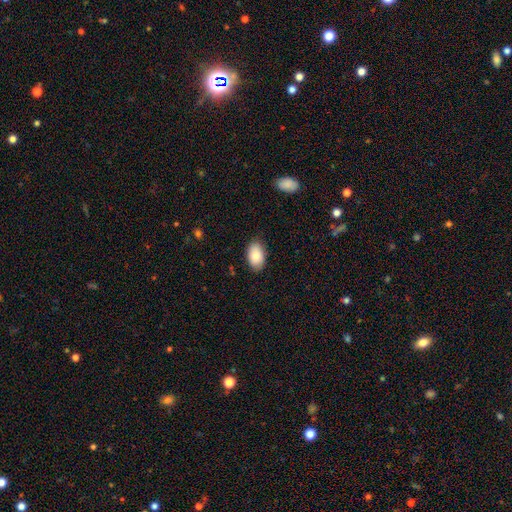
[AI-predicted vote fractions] A smooth galaxy with no disk features (84%) that is in between round and cigar-shaped (93%). Merging: none (85%).